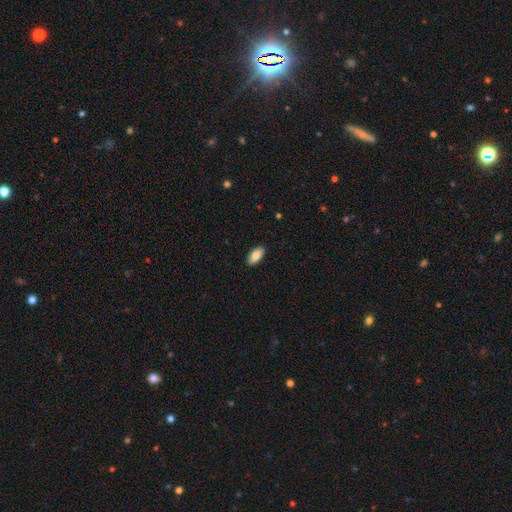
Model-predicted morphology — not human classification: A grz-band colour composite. It shows a smooth galaxy with no disk features (85%) that is in between round and cigar-shaped (93%). Merging: none (90%).